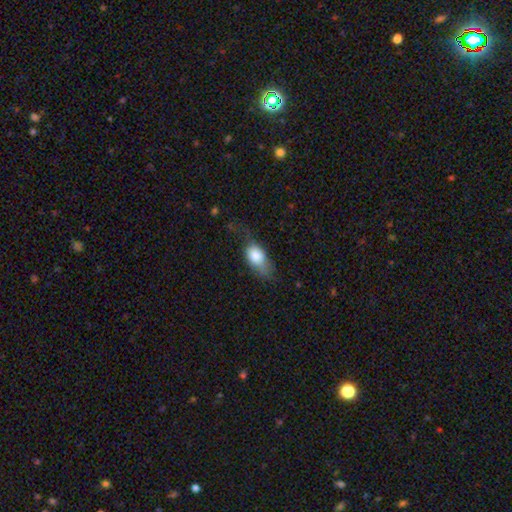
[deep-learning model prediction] Smooth or featured: smooth — 77% (featured or disk — 16%)
How rounded: in between — 85% (round — 9%)
Merging: minor disturbance — 34% (tied with none — 34%)